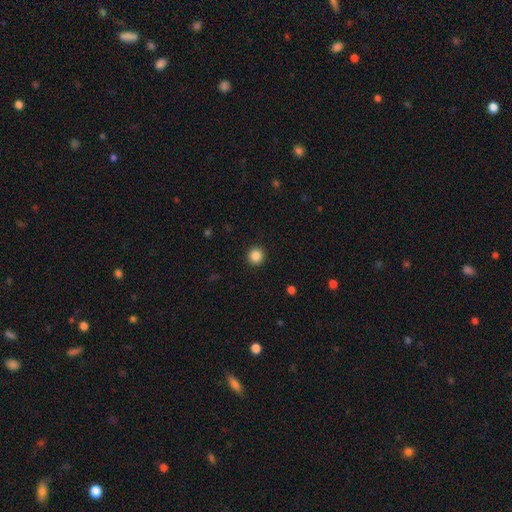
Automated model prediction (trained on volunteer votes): Smooth or featured: smooth — 87% (star or artifact — 10%)
How rounded: round — 94% (in between — 5%)
Merging: none — 92% (minor disturbance — 5%)